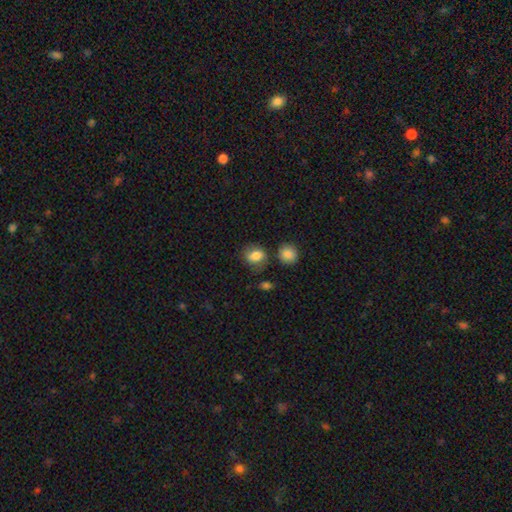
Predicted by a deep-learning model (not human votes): Morphology: type=smooth (78%); roundness=in between (58%); merging=none (66%).